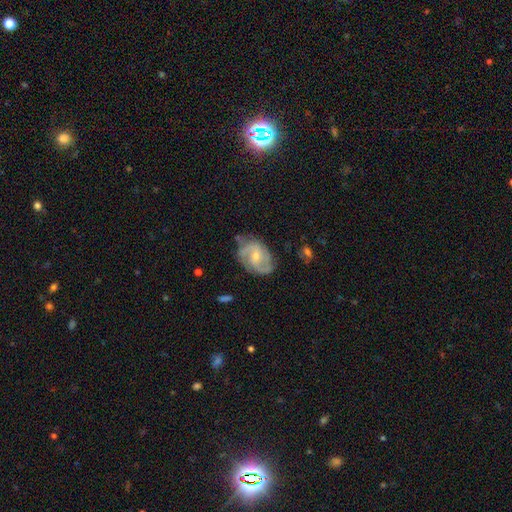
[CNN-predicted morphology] Smooth or featured? featured or disk (78%)
Edge-on disk? no (97%)
Bar? weak (46%)
Spiral arms? yes (93%)
Spiral winding? medium (49%)
Spiral arm count? 2 (67%)
Bulge size? small (56%)
Merging? none (63%)